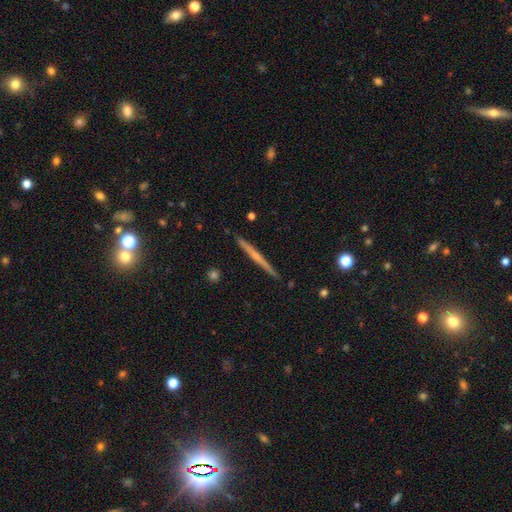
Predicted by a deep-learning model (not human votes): A featured or disk galaxy (61%) viewed edge-on (98%) with no central bulge (67%). Merging: none (92%).